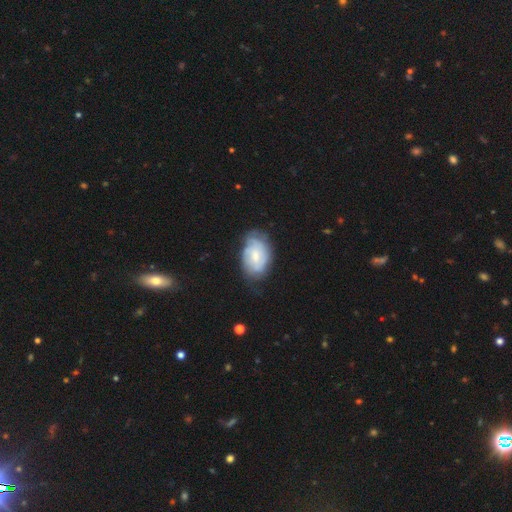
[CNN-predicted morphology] Smooth or featured: featured or disk — 54% (smooth — 40%)
Edge-on disk: no — 96% (yes — 4%)
Bar: no — 49% (weak — 43%)
Spiral arms: yes — 79% (no — 21%)
Bulge size: small — 46% (moderate — 40%)
Merging: none — 58% (minor disturbance — 30%)